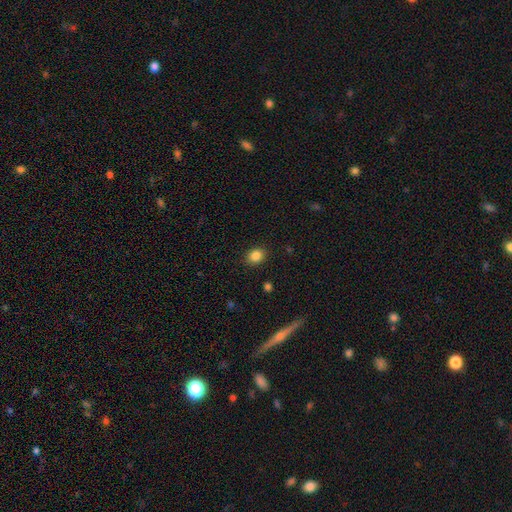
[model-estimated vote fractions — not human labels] This is clearly a smooth galaxy (85%). How rounded: possibly round (56%). Merging: clearly none (89%).